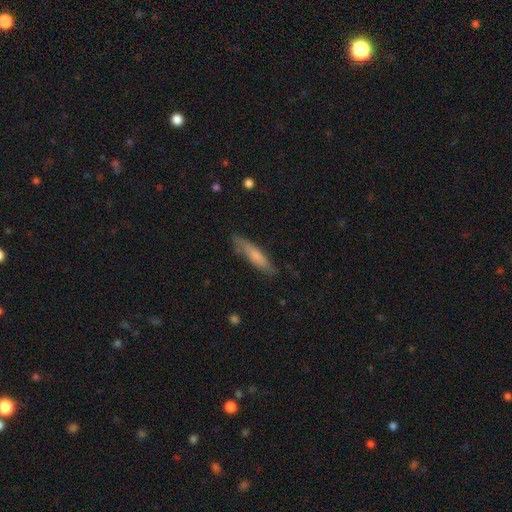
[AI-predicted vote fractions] Smooth or featured?
  - smooth: 68% *
  - featured or disk: 26%
  - star or artifact: 6%
How rounded?
  - cigar-shaped: 82% *
  - in between: 17%
  - round: 1%
Merging?
  - none: 77% *
  - minor disturbance: 18%
  - major disturbance: 4%
  - merger: 2%